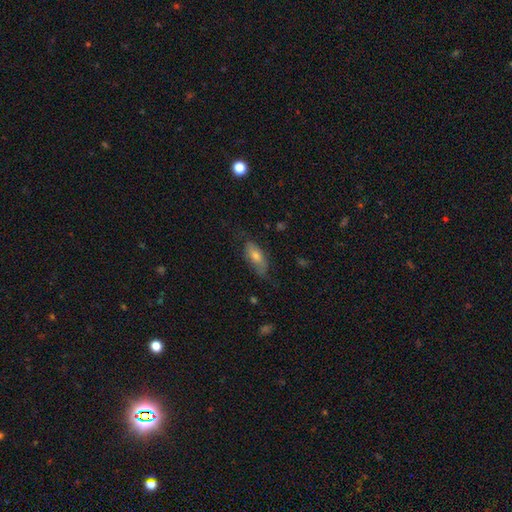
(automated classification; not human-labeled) Smooth or featured? Predicted: smooth (p=0.60). How rounded? Predicted: in between (p=0.77). Merging? Predicted: none (p=0.64).